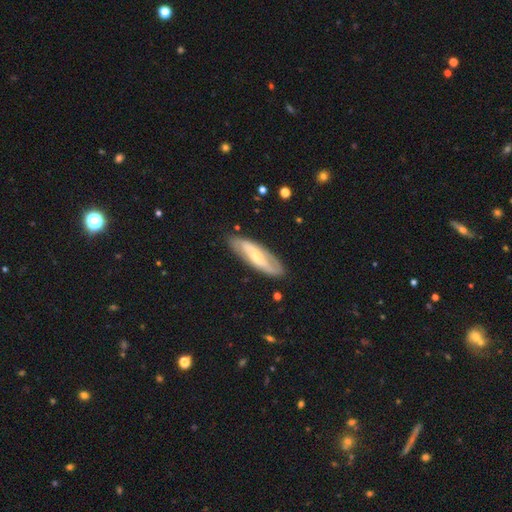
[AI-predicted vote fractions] smooth-or-featured: featured or disk: 68% | smooth: 27% | star or artifact: 5%
  disk-edge-on: no: 79% | yes: 21%
    bar: strong: 37% | weak: 36% | no: 26%
    has-spiral-arms: yes: 79% | no: 21%
    bulge-size: small: 55% | moderate: 38% | large: 3% | none: 2% | dominant: 1%
  merging: none: 84% | minor disturbance: 12% | major disturbance: 3% | merger: 1%